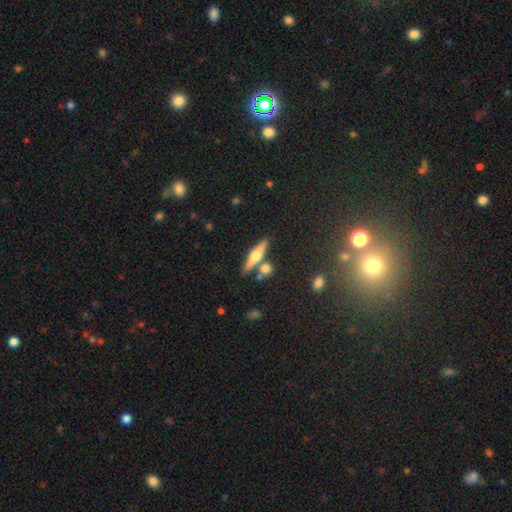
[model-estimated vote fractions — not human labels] smooth_or_featured: featured or disk (p=0.54) [alt: smooth p=0.37]
disk_edge_on: yes (p=0.94) [alt: no p=0.06]
edge_on_bulge: rounded (p=0.90) [alt: boxy p=0.05]
merging: none (p=0.75) [alt: merger p=0.13]